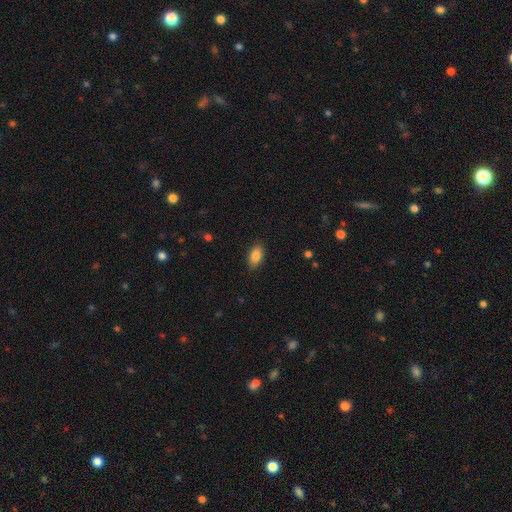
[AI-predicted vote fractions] A smooth galaxy with no disk features (86%) that is in between round and cigar-shaped (91%).

Vote fractions:
- Smooth or featured? smooth: 86% / star or artifact: 8% / featured or disk: 7%
- How rounded? in between: 91% / round: 5% / cigar-shaped: 4%
- Merging? none: 87% / minor disturbance: 9% / major disturbance: 2% / merger: 1%